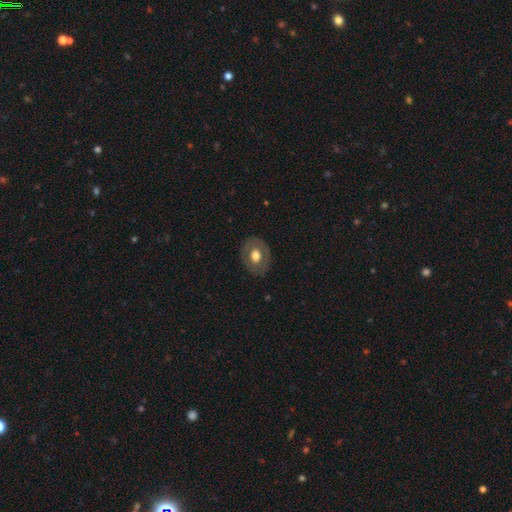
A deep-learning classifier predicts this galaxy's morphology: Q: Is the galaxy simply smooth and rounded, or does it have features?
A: smooth — 53%.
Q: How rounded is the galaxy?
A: in between — 59%.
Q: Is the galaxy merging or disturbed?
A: none — 83%.